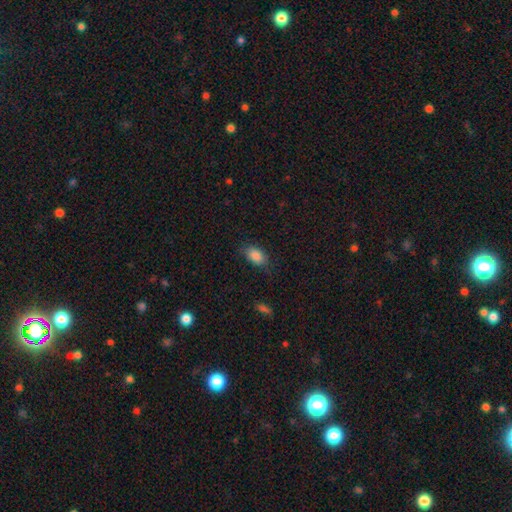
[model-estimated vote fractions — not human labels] Smooth or featured?
  - smooth: 87% *
  - star or artifact: 8%
  - featured or disk: 5%
How rounded?
  - in between: 89% *
  - round: 9%
  - cigar-shaped: 2%
Merging?
  - none: 77% *
  - minor disturbance: 17%
  - major disturbance: 5%
  - merger: 1%